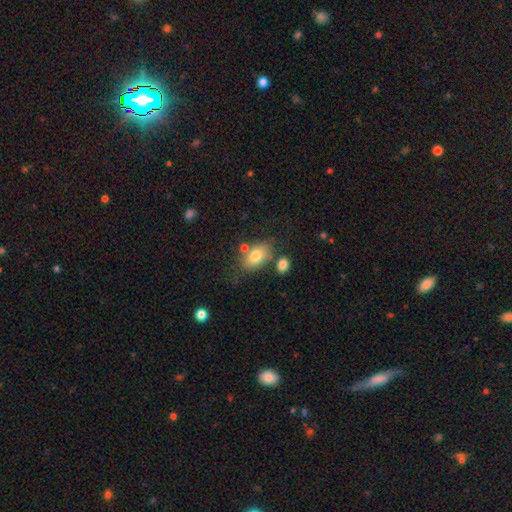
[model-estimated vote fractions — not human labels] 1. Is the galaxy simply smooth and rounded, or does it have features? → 78% smooth, 14% featured or disk, 8% star or artifact.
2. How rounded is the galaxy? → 87% in between, 11% round, 2% cigar-shaped.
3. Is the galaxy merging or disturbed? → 66% none, 15% minor disturbance, 13% merger, 5% major disturbance.